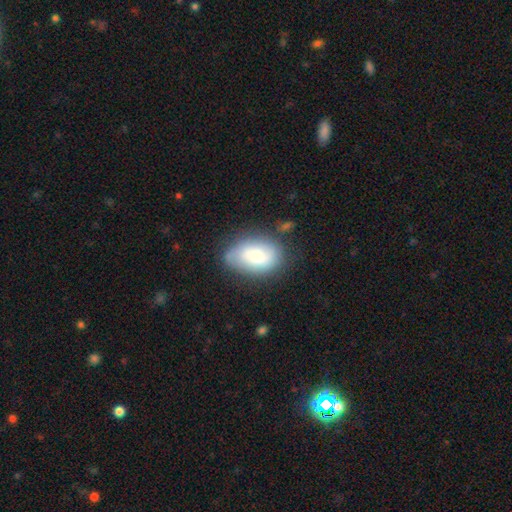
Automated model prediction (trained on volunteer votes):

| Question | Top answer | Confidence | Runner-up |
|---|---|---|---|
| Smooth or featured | smooth | 58% | featured or disk (34%) |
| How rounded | in between | 88% | round (10%) |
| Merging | none | 65% | minor disturbance (24%) |